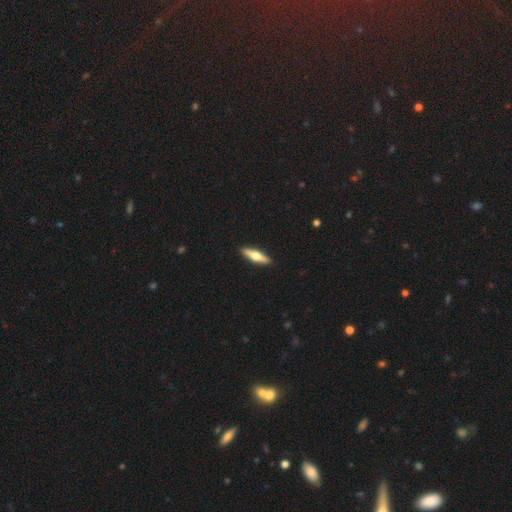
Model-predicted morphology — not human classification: Q: Smooth or featured?
A: featured or disk (50%); runner-up: smooth (45%)
Q: Merging?
A: none (92%); runner-up: minor disturbance (6%)